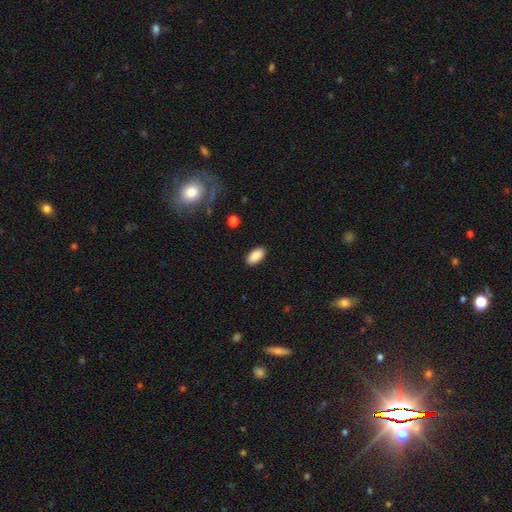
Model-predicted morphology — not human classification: smooth 89%, star or artifact 7%, featured or disk 4%. Down the decision tree: how rounded — in between (94%); merging — none (89%).